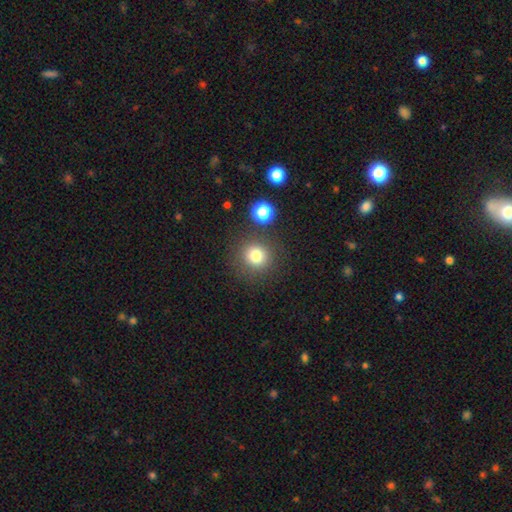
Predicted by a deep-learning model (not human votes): smooth-or-featured: smooth: 78% | star or artifact: 15% | featured or disk: 8%
  how-rounded: round: 92% | in between: 7% | cigar-shaped: 1%
  merging: none: 84% | minor disturbance: 8% | merger: 5% | major disturbance: 4%